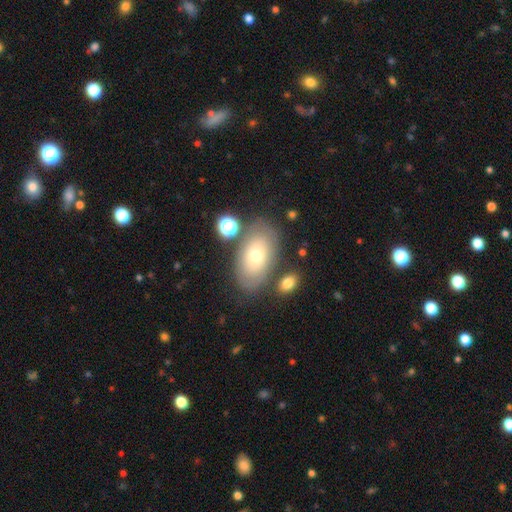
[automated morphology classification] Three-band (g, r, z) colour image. It shows a smooth galaxy with no disk features (56%) that is in between round and cigar-shaped (91%). Merging: none (73%).